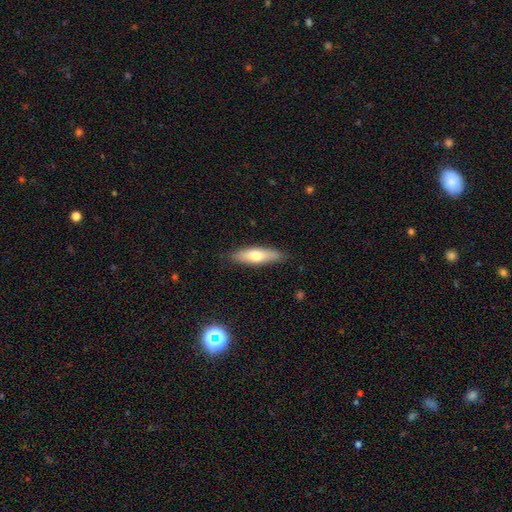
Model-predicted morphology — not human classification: smooth_or_featured: smooth (p=0.63) [alt: featured or disk p=0.31]
how_rounded: cigar-shaped (p=0.60) [alt: in between p=0.38]
merging: none (p=0.85) [alt: minor disturbance p=0.11]